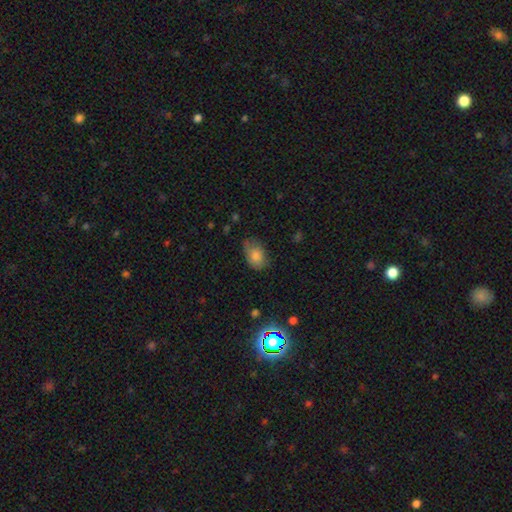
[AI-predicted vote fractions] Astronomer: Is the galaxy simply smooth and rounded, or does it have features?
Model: smooth — 76%.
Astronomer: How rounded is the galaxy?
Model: in between — 82%.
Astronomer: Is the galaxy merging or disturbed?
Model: none — 60%.